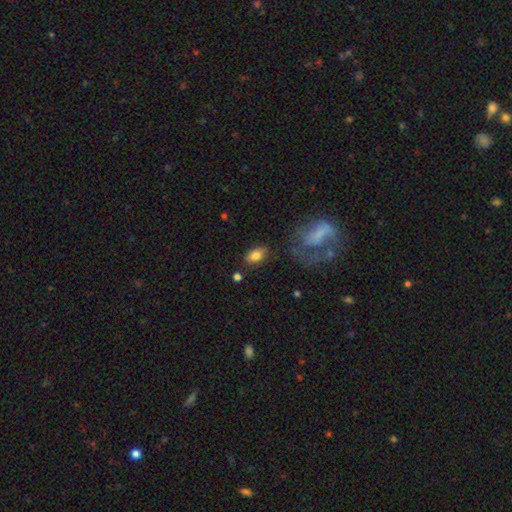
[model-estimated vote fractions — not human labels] Smooth or featured? smooth (81%)
How rounded? in between (88%)
Merging? none (80%)